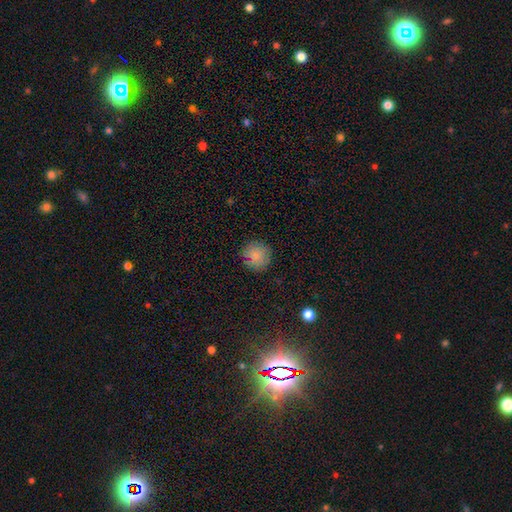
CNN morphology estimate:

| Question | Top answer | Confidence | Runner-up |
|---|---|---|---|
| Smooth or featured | smooth | 84% | star or artifact (10%) |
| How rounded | round | 93% | in between (6%) |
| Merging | none | 87% | minor disturbance (9%) |